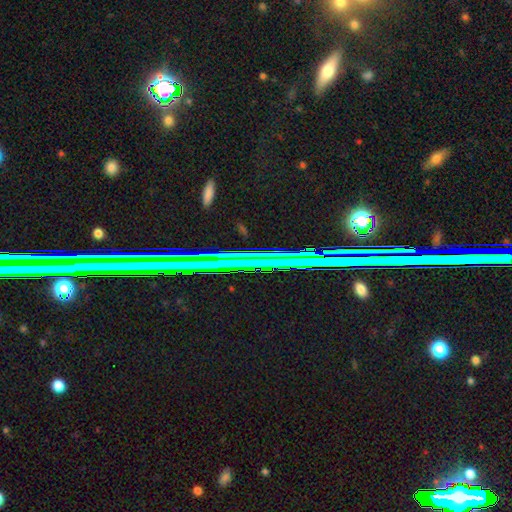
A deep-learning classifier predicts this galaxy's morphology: This appears to be a star or artifact, not a galaxy (66%).